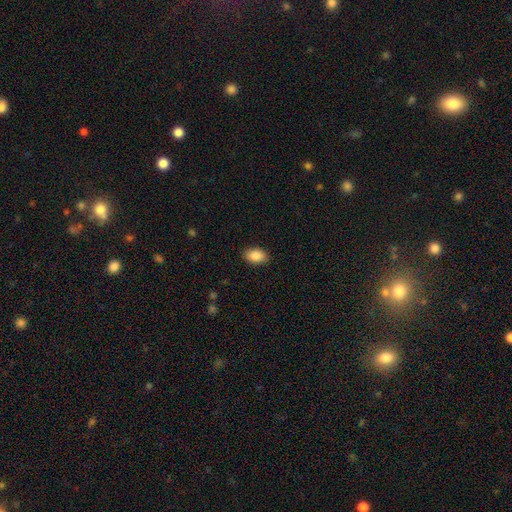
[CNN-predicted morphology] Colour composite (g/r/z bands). It shows a smooth galaxy with no disk features (87%) that is in between round and cigar-shaped (89%). Merging: none (89%).